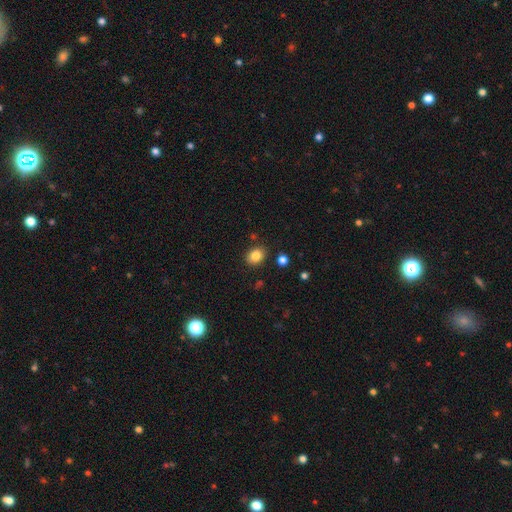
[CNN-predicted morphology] smooth 84%, star or artifact 10%, featured or disk 6%. Down the decision tree: how rounded — in between (56%); merging — none (85%).